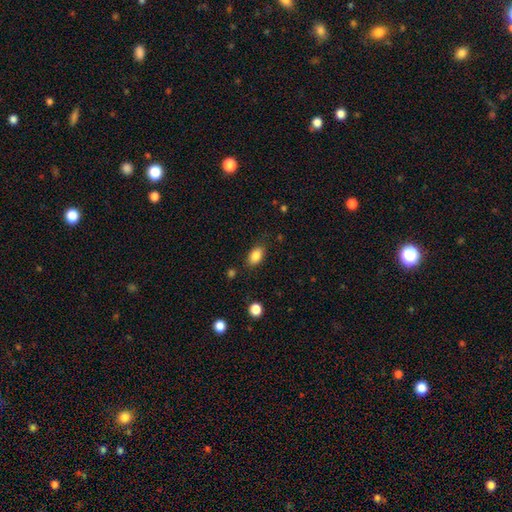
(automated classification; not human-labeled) A smooth galaxy with no disk features (86%) that is in between round and cigar-shaped (88%).

Vote fractions:
- Smooth or featured? smooth: 86% / star or artifact: 9% / featured or disk: 6%
- How rounded? in between: 88% / round: 9% / cigar-shaped: 3%
- Merging? none: 82% / minor disturbance: 13% / major disturbance: 3% / merger: 2%